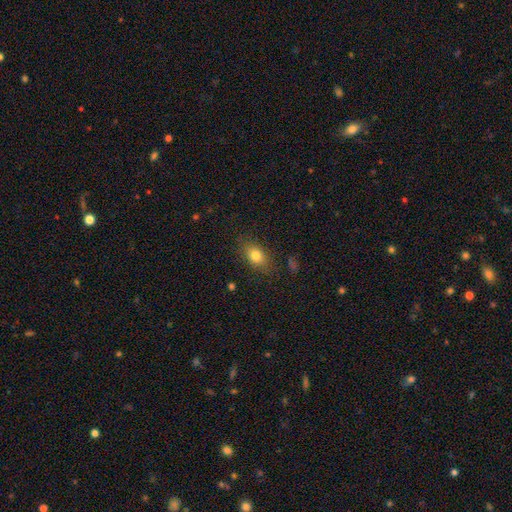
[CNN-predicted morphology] Smooth or featured: smooth — 80% (featured or disk — 10%)
How rounded: in between — 78% (round — 19%)
Merging: none — 82% (minor disturbance — 12%)